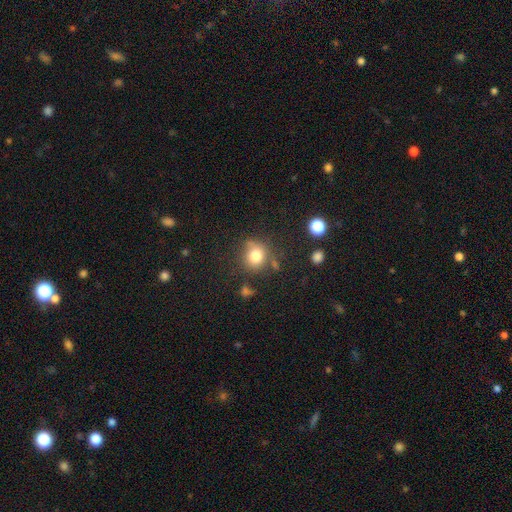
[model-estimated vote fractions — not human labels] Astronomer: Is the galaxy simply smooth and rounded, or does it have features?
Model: smooth — 80%.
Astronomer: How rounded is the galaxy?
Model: round — 83%.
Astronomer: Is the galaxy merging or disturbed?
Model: none — 69%.